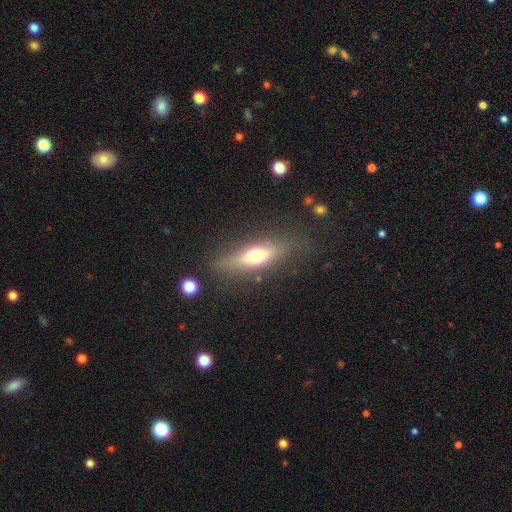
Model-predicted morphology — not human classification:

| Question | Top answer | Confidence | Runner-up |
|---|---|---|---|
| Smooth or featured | smooth | 55% | featured or disk (37%) |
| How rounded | cigar-shaped | 50% | in between (46%) |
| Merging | none | 76% | minor disturbance (15%) |